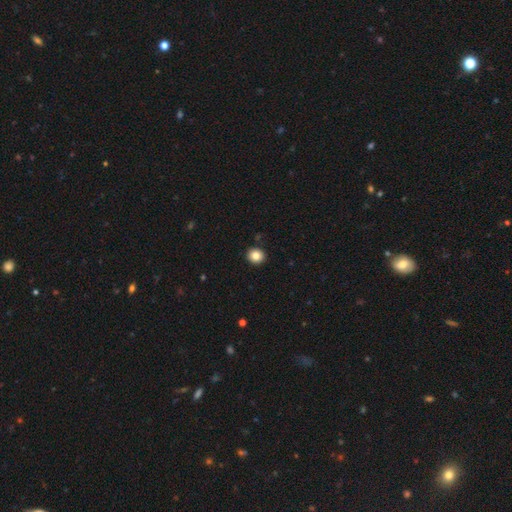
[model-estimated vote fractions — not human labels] A smooth galaxy with no disk features (83%) that is round (86%). Merging: none (92%).